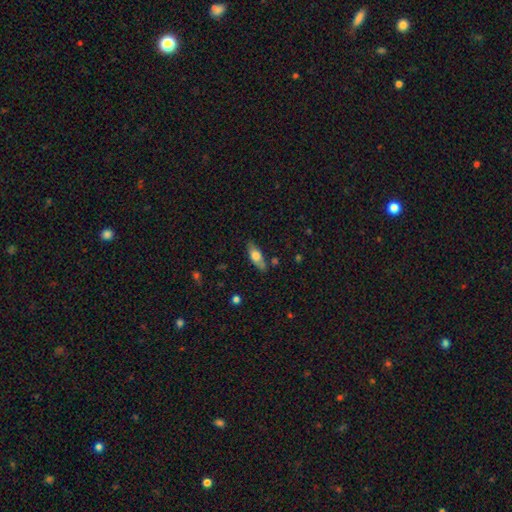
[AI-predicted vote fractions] smooth 63%, featured or disk 30%, star or artifact 7%. Down the decision tree: how rounded — in between (70%); merging — none (74%).